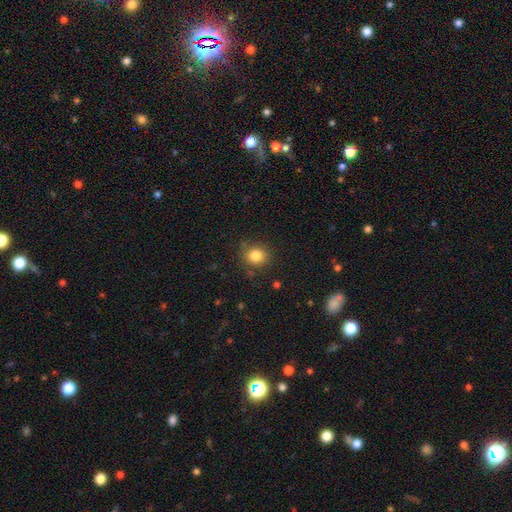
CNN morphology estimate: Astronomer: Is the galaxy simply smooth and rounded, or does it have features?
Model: smooth — 83%.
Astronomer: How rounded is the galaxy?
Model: round — 82%.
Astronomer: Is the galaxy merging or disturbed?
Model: none — 84%.